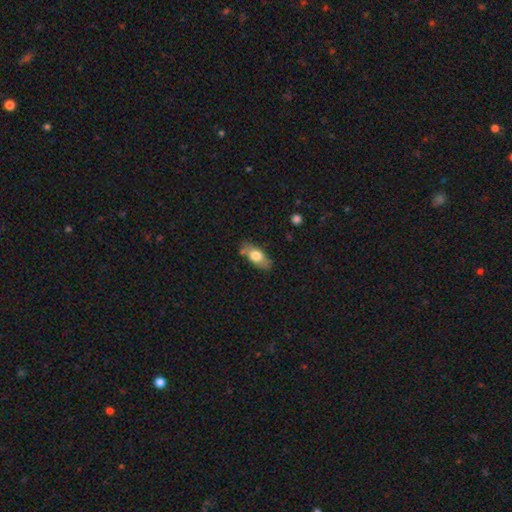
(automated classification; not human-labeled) Smooth or featured?
  - smooth: 68% *
  - featured or disk: 26%
  - star or artifact: 6%
How rounded?
  - in between: 83% *
  - cigar-shaped: 12%
  - round: 4%
Merging?
  - none: 75% *
  - minor disturbance: 18%
  - major disturbance: 4%
  - merger: 4%